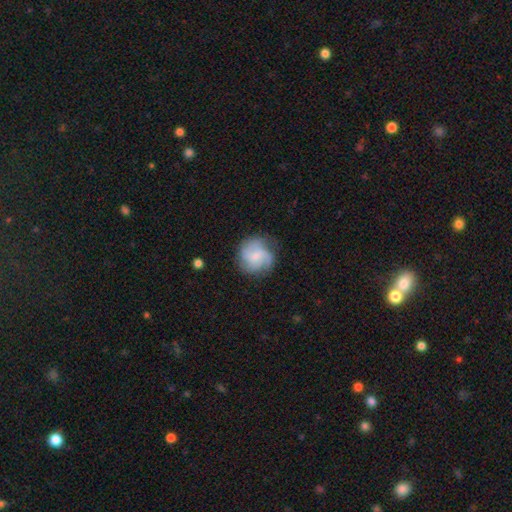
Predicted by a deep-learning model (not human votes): A featured or disk galaxy (55%) with no bar (62%), spiral arms (88%) and a small central bulge (59%). Merging: none (68%).